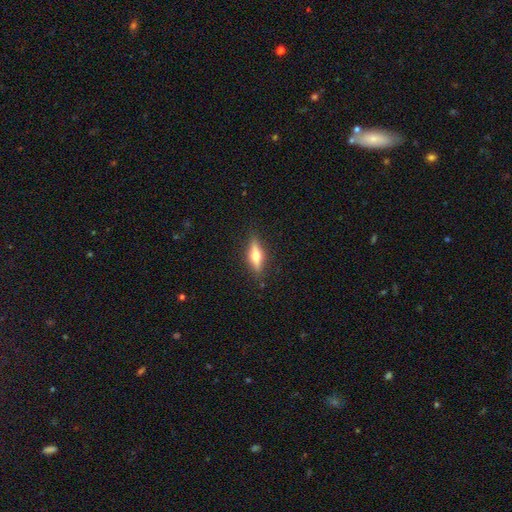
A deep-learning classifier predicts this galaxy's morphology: Smooth or featured: featured or disk — 52% (smooth — 41%)
Edge-on disk: yes — 92% (no — 8%)
Merging: none — 86% (minor disturbance — 10%)